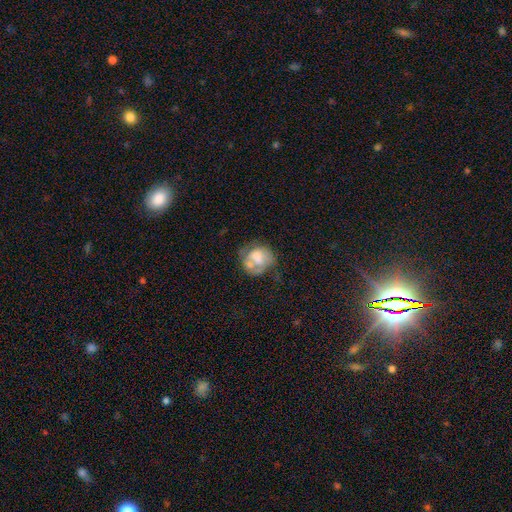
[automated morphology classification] smooth_or_featured: featured or disk (p=0.44) [alt: smooth p=0.43]
merging: none (p=0.41) [alt: merger p=0.22]